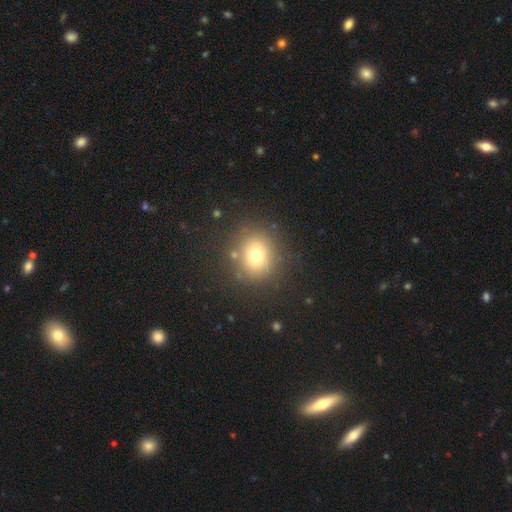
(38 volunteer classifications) smooth-or-featured: smooth: 79% | featured or disk: 13% | star or artifact: 8%
  how-rounded: round: 67% | in between: 33% | cigar-shaped: 0%
  merging: none: 83% | minor disturbance: 14% | merger: 3% | major disturbance: 0%